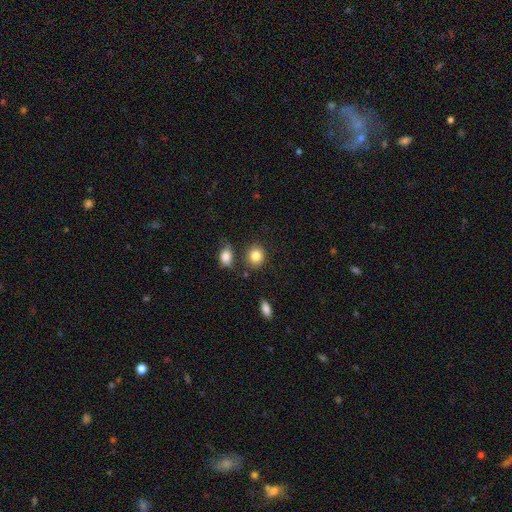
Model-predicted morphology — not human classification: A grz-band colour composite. It shows a smooth galaxy with no disk features (85%) that is round (70%). Merging: none (76%).